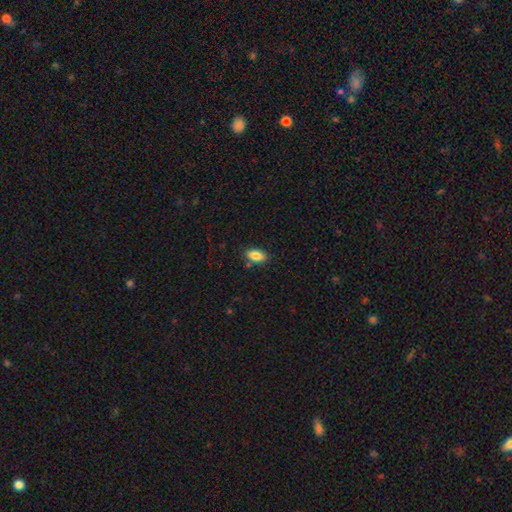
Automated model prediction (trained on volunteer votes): Q: Smooth or featured?
A: smooth (86%); runner-up: star or artifact (8%)
Q: How rounded?
A: in between (90%); runner-up: cigar-shaped (7%)
Q: Merging?
A: none (84%); runner-up: minor disturbance (11%)